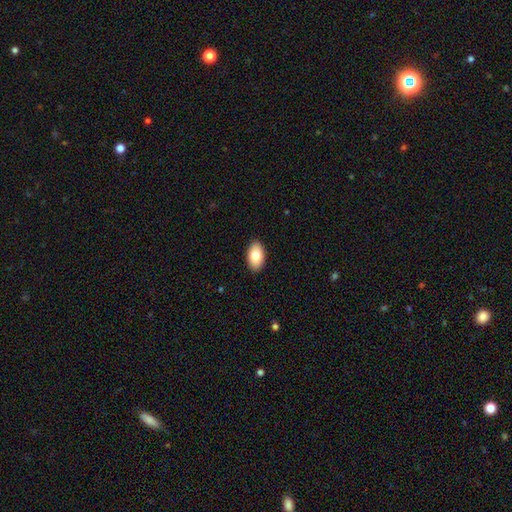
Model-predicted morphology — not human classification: Smooth or featured?
  - smooth: 81% *
  - featured or disk: 13%
  - star or artifact: 6%
How rounded?
  - in between: 94% *
  - round: 4%
  - cigar-shaped: 2%
Merging?
  - none: 90% *
  - minor disturbance: 7%
  - major disturbance: 2%
  - merger: 1%